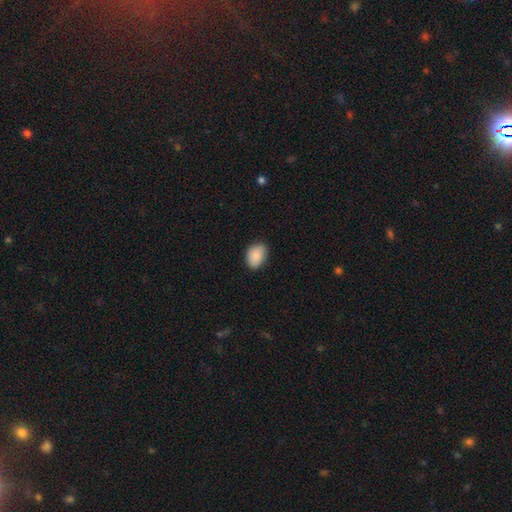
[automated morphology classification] Q: Smooth or featured?
A: smooth (87%); runner-up: star or artifact (7%)
Q: How rounded?
A: in between (82%); runner-up: round (17%)
Q: Merging?
A: none (79%); runner-up: minor disturbance (17%)